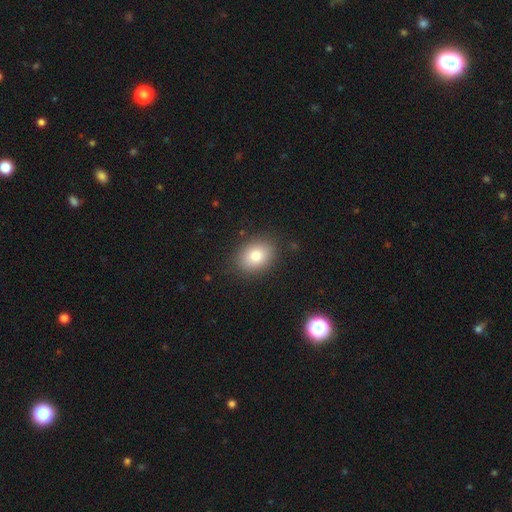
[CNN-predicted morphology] A smooth galaxy with no disk features (80%) that is in between round and cigar-shaped (66%). Merging: none (85%).